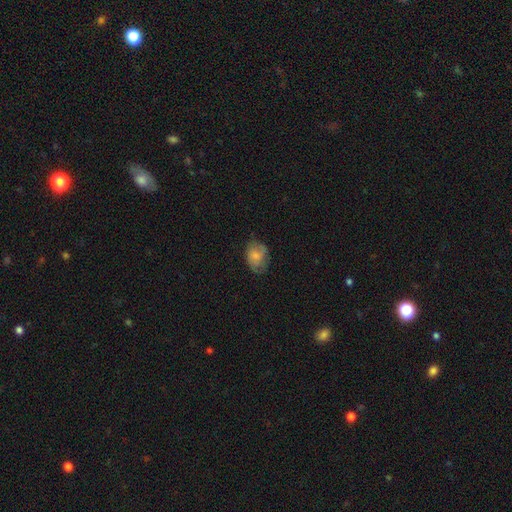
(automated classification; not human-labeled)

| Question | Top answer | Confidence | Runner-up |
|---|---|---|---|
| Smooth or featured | smooth | 66% | featured or disk (26%) |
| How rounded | in between | 73% | round (26%) |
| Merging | none | 62% | minor disturbance (27%) |